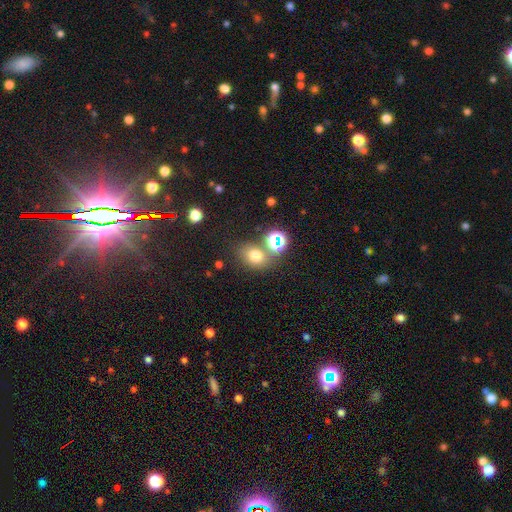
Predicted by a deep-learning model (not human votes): A smooth galaxy with no disk features (69%) that is round (53%).

Vote fractions:
- Smooth or featured? smooth: 69% / star or artifact: 21% / featured or disk: 10%
- How rounded? round: 53% / in between: 46% / cigar-shaped: 1%
- Merging? none: 66% / merger: 17% / minor disturbance: 12% / major disturbance: 5%